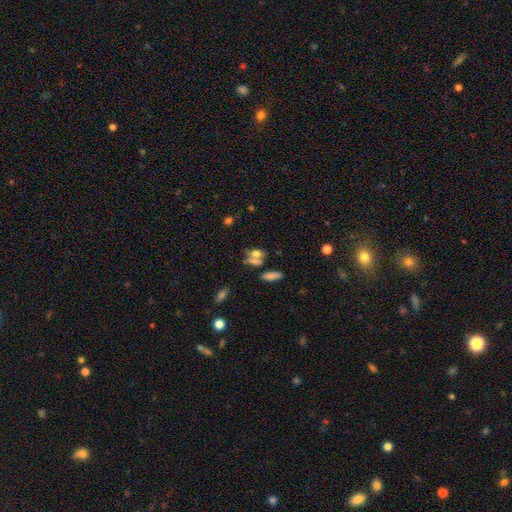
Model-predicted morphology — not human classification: This appears to be a smooth galaxy with no disk features (63%) that is in between round and cigar-shaped (60%). Merging: none (40%).